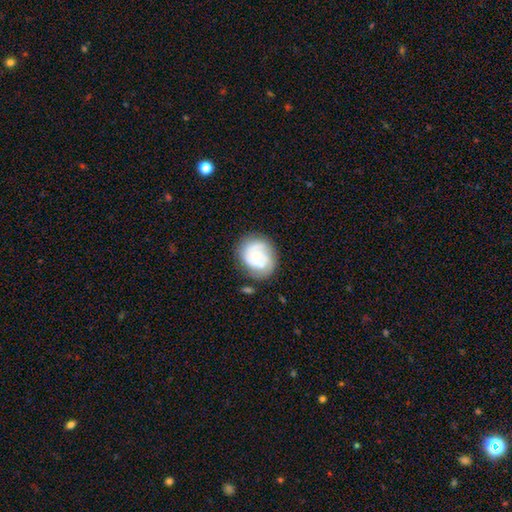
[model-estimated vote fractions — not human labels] smooth-or-featured: featured or disk: 71% | smooth: 23% | star or artifact: 6%
  disk-edge-on: no: 98% | yes: 2%
    bar: no: 70% | weak: 25% | strong: 5%
    has-spiral-arms: yes: 86% | no: 14%
      spiral-winding: tight: 55% | medium: 33% | loose: 12%
      spiral-arm-count: 2: 41% | can't tell: 23% | 3: 17% | 1: 13% | 4: 3% | more than 4: 2%
    bulge-size: small: 48% | moderate: 47% | large: 2% | none: 2% | dominant: 1%
  merging: none: 67% | minor disturbance: 21% | major disturbance: 9% | merger: 3%